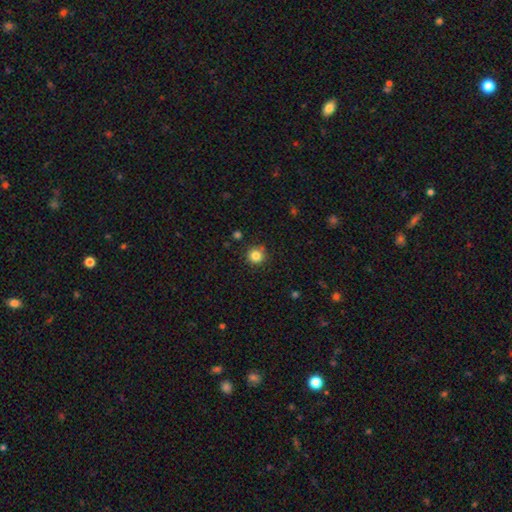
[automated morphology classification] smooth 84%, star or artifact 12%, featured or disk 5%. Down the decision tree: how rounded — round (94%); merging — none (88%).